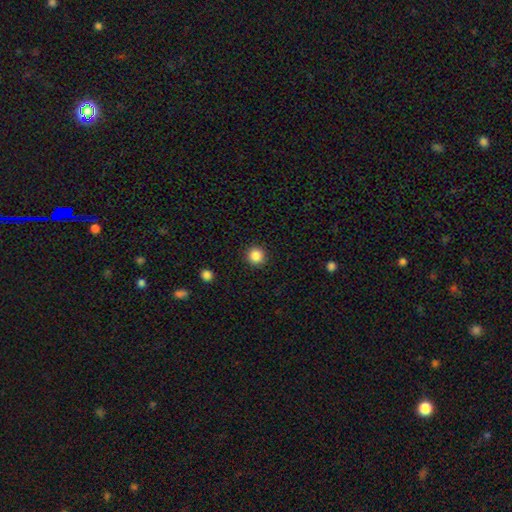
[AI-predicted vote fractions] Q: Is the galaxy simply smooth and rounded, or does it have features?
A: smooth — 86%.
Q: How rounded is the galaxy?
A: round — 95%.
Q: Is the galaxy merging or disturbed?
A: none — 92%.